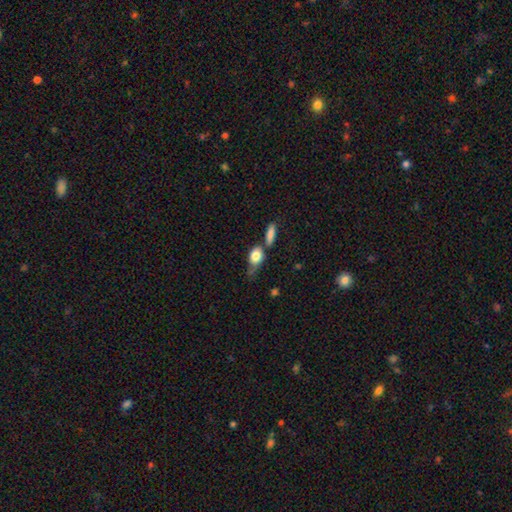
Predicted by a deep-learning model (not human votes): smooth-or-featured: smooth: 79% | featured or disk: 14% | star or artifact: 7%
  how-rounded: in between: 69% | round: 25% | cigar-shaped: 6%
  merging: none: 37% | minor disturbance: 26% | merger: 25% | major disturbance: 13%